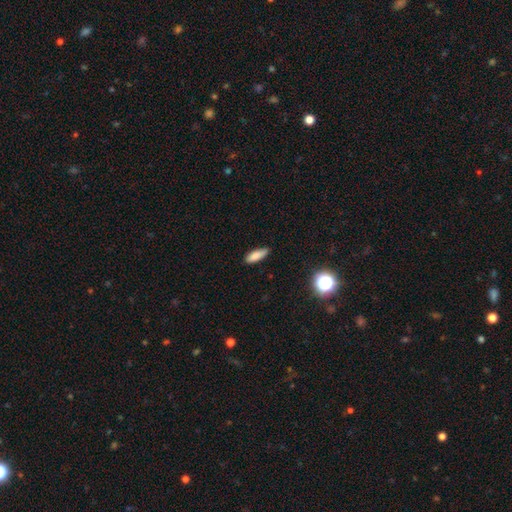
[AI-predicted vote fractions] Q: Smooth or featured?
A: smooth (84%); runner-up: star or artifact (8%)
Q: How rounded?
A: in between (56%); runner-up: cigar-shaped (42%)
Q: Merging?
A: none (79%); runner-up: minor disturbance (17%)